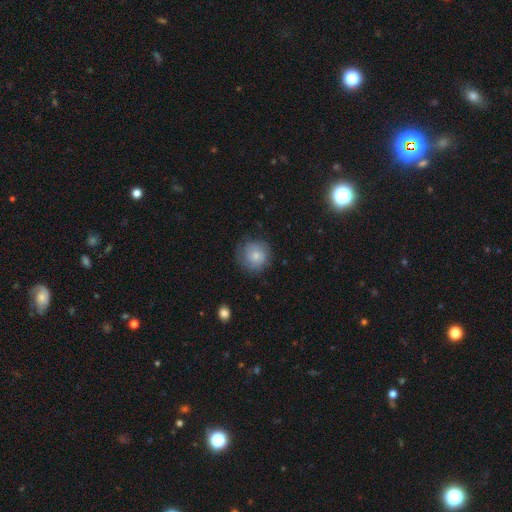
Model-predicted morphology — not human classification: This appears to be a smooth galaxy with no disk features (72%) that is round (91%). Merging: none (73%).